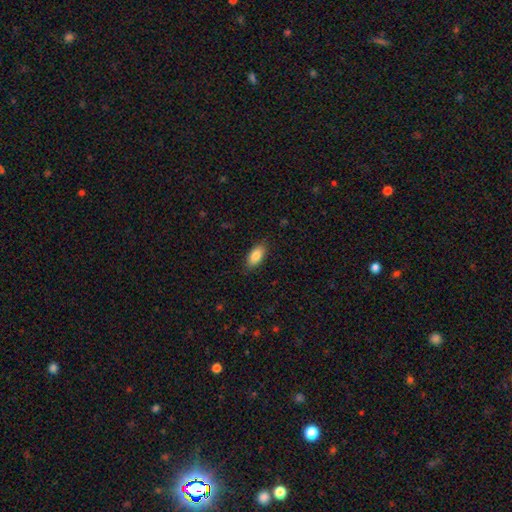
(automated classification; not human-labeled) The model was most divided on "merging": none: 86%, minor disturbance: 11%, major disturbance: 2%, merger: 1%. More confident: how rounded — in between (91%); smooth or featured — smooth (85%).